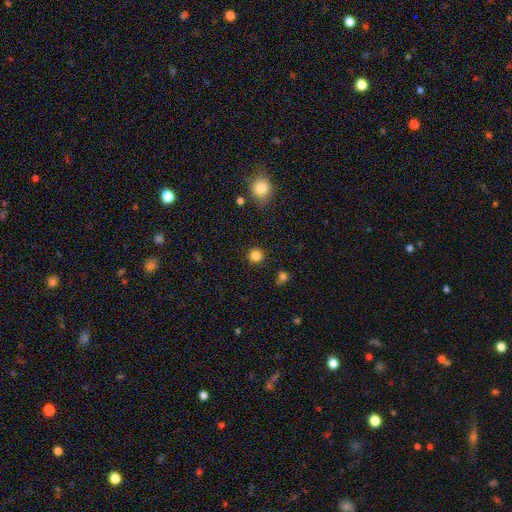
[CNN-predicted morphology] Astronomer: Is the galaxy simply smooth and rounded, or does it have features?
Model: smooth — 84%.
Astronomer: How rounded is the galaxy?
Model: round — 94%.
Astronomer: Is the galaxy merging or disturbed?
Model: none — 90%.